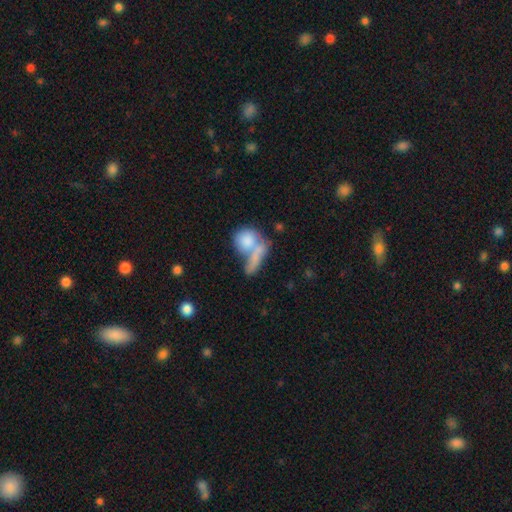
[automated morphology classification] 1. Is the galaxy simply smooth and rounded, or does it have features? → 73% smooth, 19% featured or disk, 8% star or artifact.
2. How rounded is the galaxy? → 45% in between, 39% round, 16% cigar-shaped.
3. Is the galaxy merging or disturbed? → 58% merger, 24% none, 9% major disturbance, 9% minor disturbance.